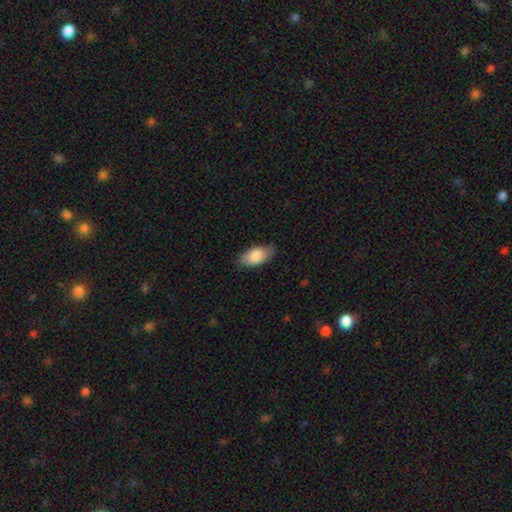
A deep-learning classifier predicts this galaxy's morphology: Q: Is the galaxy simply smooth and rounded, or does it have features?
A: smooth — 85%.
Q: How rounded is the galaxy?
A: in between — 93%.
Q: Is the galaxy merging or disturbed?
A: none — 79%.